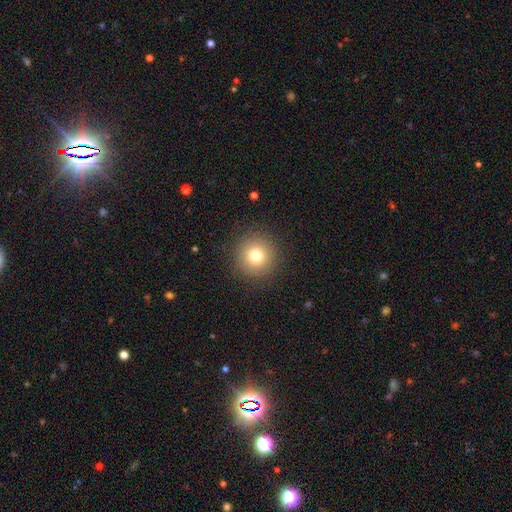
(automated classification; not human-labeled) Q: Smooth or featured?
A: smooth (77%); runner-up: star or artifact (13%)
Q: How rounded?
A: round (95%); runner-up: in between (4%)
Q: Merging?
A: none (91%); runner-up: minor disturbance (6%)